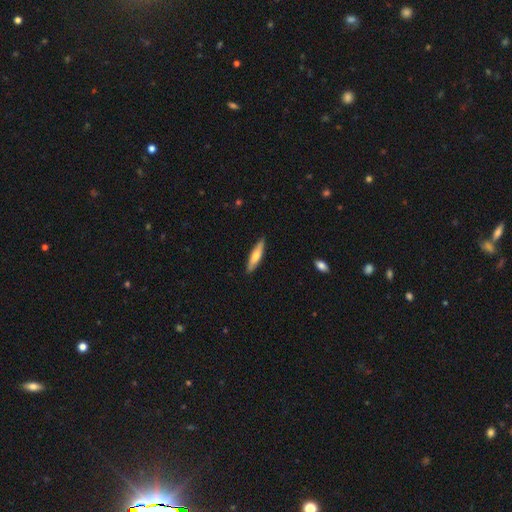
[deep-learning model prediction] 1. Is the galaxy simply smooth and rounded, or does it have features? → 61% smooth, 33% featured or disk, 5% star or artifact.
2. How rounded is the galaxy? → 79% cigar-shaped, 20% in between, 2% round.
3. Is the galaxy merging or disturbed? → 89% none, 9% minor disturbance, 1% major disturbance, 1% merger.